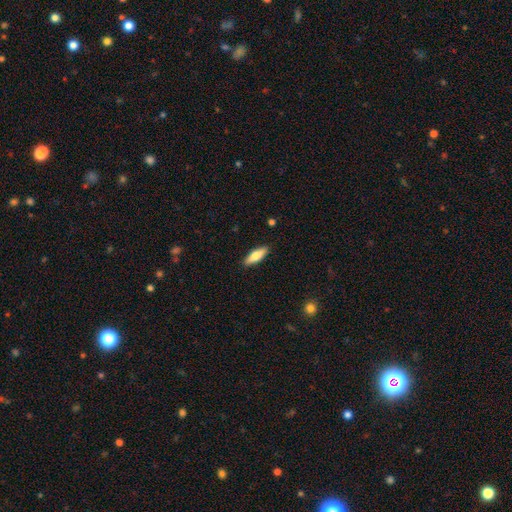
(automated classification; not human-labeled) This is likely a smooth galaxy (70%). How rounded: possibly in between (56%). Merging: clearly none (90%).